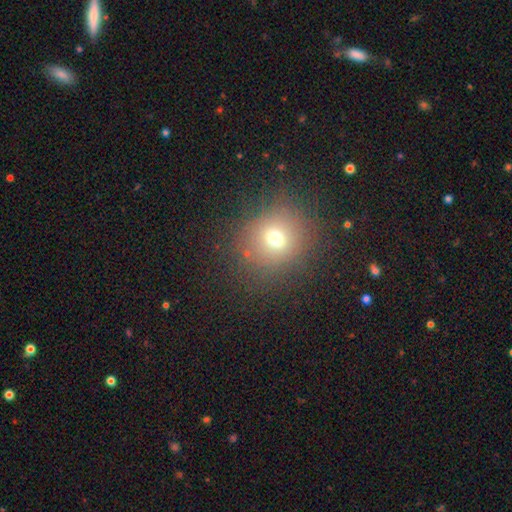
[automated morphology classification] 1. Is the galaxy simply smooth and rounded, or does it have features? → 63% smooth, 26% star or artifact, 10% featured or disk.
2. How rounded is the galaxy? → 84% round, 15% in between, 1% cigar-shaped.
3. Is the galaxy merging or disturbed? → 87% none, 8% minor disturbance, 3% major disturbance, 2% merger.